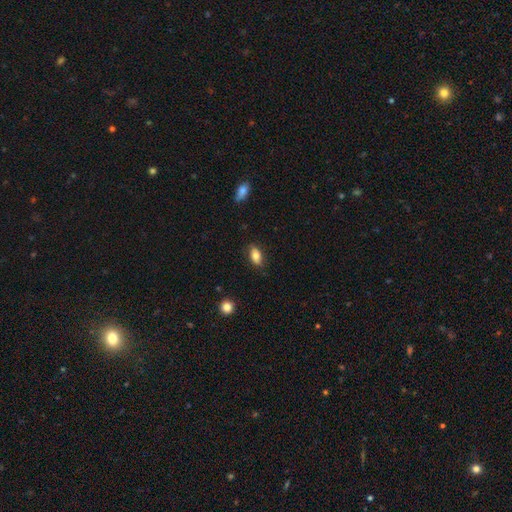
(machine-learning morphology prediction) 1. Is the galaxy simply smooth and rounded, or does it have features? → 82% smooth, 10% featured or disk, 8% star or artifact.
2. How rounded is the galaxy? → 90% in between, 5% cigar-shaped, 5% round.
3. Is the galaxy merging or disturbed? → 84% none, 13% minor disturbance, 2% major disturbance, 1% merger.